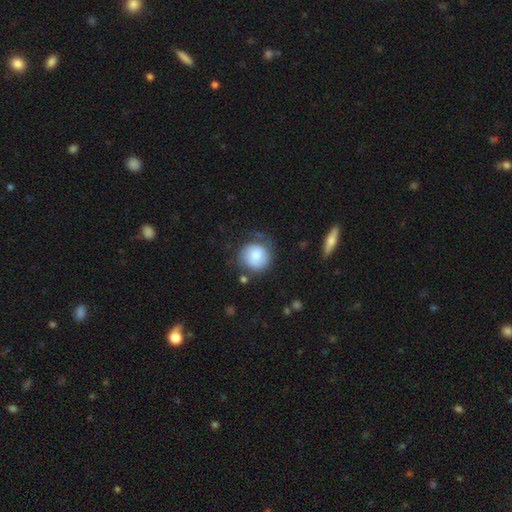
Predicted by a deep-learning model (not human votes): A smooth galaxy with no disk features (69%) that is round (88%). Merging: none (55%).